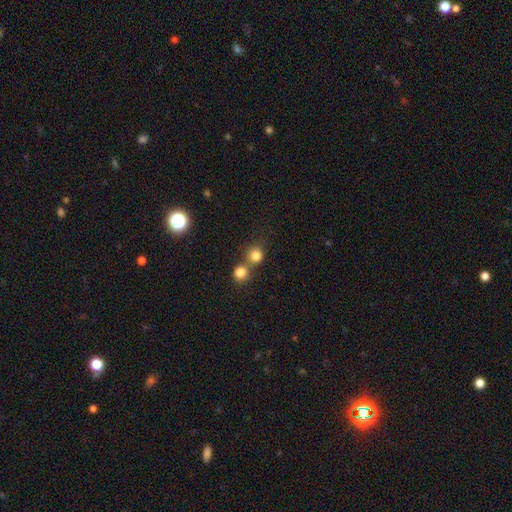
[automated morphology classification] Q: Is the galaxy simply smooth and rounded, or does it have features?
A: smooth — 81%.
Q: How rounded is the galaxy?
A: round — 88%.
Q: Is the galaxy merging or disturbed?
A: none — 52%.